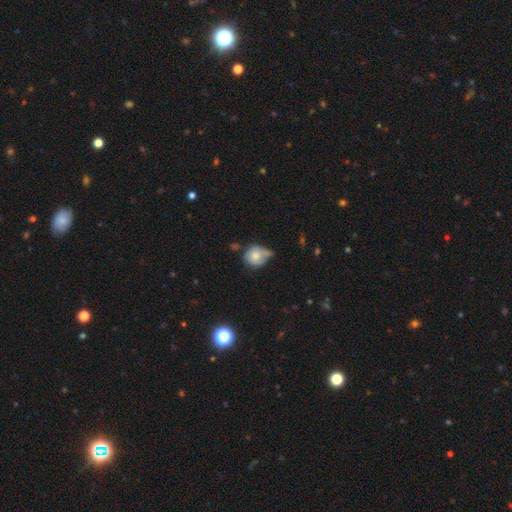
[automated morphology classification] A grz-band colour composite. It shows a smooth galaxy with no disk features (74%) that is round (76%). Merging: none (37%, tied with minor disturbance).